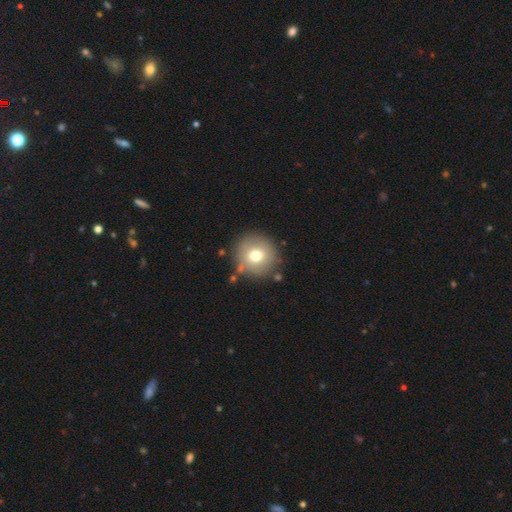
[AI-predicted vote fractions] Morphology: type=smooth (72%); roundness=round (95%); merging=none (84%).